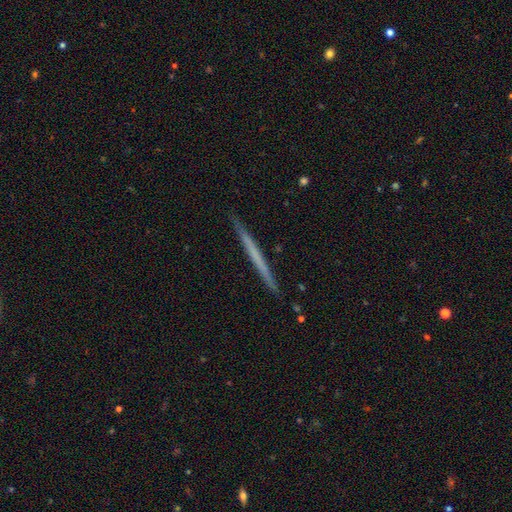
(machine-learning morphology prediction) Smooth or featured: featured or disk — 50% (smooth — 44%)
Merging: none — 92% (minor disturbance — 6%)